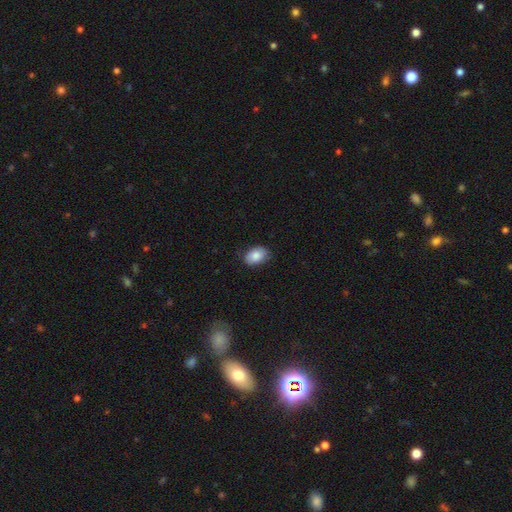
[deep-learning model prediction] The model was most divided on "merging": none: 81%, minor disturbance: 15%, major disturbance: 3%, merger: 1%. More confident: smooth or featured — smooth (86%); how rounded — in between (86%).